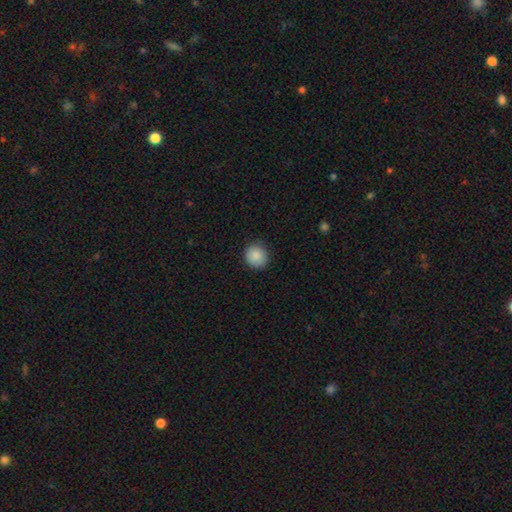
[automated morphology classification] type=smooth (87%); roundness=round (87%); merging=none (87%).